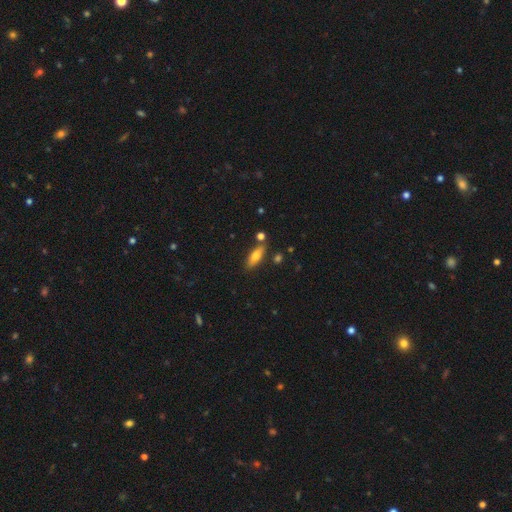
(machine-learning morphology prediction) The model was most divided on "how rounded": in between: 61%, cigar-shaped: 36%, round: 3%. More confident: merging — none (78%); smooth or featured — smooth (71%).